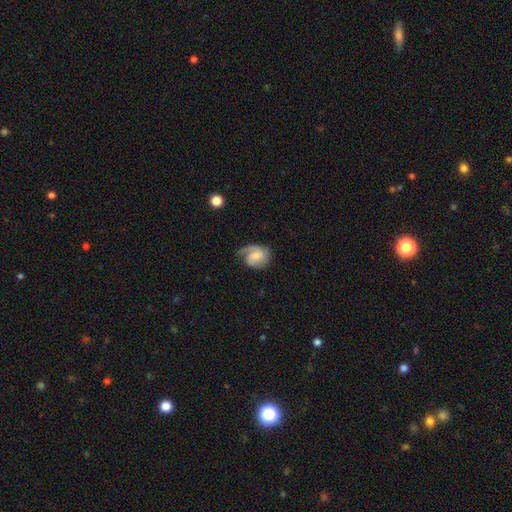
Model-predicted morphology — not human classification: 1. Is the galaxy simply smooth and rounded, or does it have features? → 61% featured or disk, 32% smooth, 7% star or artifact.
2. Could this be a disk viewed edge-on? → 97% no, 3% yes.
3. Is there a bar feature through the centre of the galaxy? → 45% no, 44% weak, 11% strong.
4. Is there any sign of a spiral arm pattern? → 91% yes, 9% no.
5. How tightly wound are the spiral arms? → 42% medium, 32% tight, 26% loose.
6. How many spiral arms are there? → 46% 1, 41% 2, 9% can't tell, 3% 3, 1% 4, 1% more than 4.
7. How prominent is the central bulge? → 40% small, 30% moderate, 22% none, 6% large, 2% dominant.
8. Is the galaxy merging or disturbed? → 49% none, 28% minor disturbance, 21% major disturbance, 2% merger.